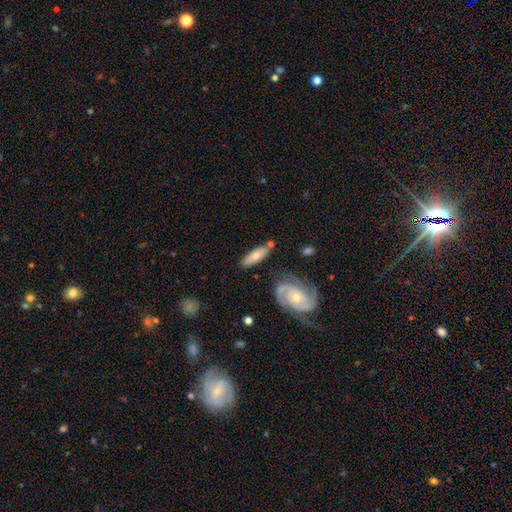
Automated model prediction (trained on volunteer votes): A smooth galaxy with no disk features (56%) that is in between round and cigar-shaped (53%). Merging: none (71%).